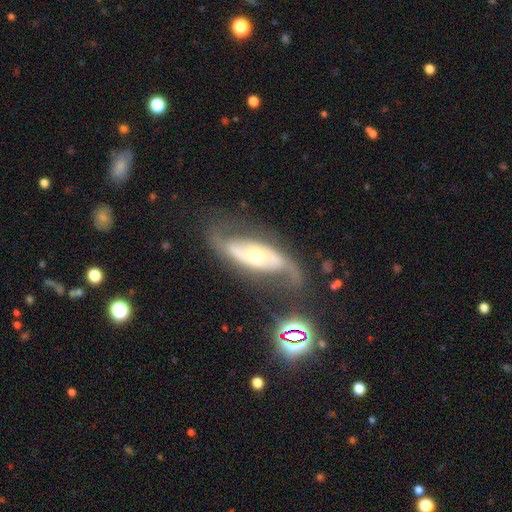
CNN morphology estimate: Overall: featured or disk (82%). Edge-on disk: no (90%). Bar: no (55%; weak 26%). Spiral arms: yes (90%). Spiral arm count: 2 (88%). Spiral winding: loose (47%; medium 38%). Bulge size: moderate (67%). Merging: none (63%).